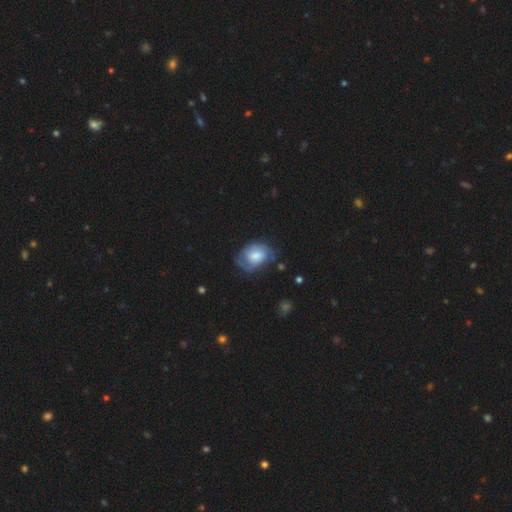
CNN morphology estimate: A featured or disk galaxy (58%) with no bar (55%), spiral arms (85%) and a moderate central bulge (40%).

Vote fractions:
- Smooth or featured? featured or disk: 58% / smooth: 35% / star or artifact: 7%
- Edge-on disk? no: 97% / yes: 3%
- Bar? no: 55% / weak: 38% / strong: 8%
- Spiral arms? yes: 85% / no: 15%
- Bulge size? moderate: 40% / large: 25% / small: 23% / none: 9% / dominant: 3%
- Merging? none: 52% / minor disturbance: 28% / major disturbance: 17% / merger: 2%